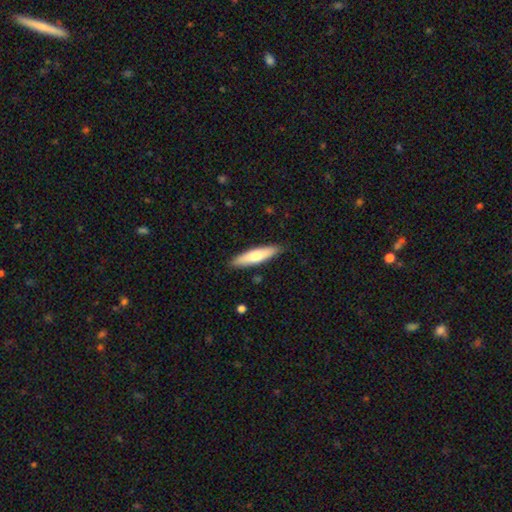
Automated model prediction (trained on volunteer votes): smooth 67%, featured or disk 28%, star or artifact 5%. Down the decision tree: how rounded — cigar-shaped (78%); merging — none (88%).